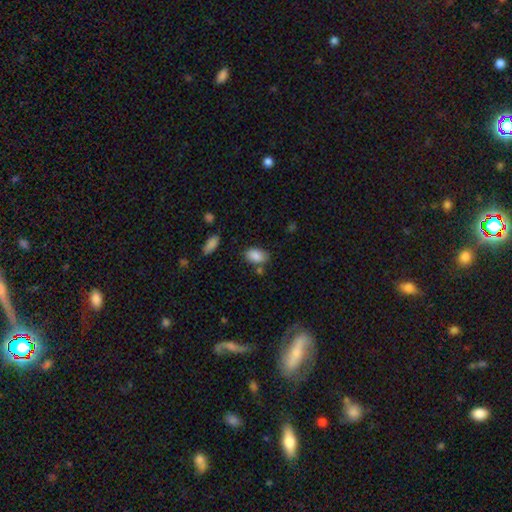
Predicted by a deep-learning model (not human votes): Q: Smooth or featured?
A: smooth (87%); runner-up: star or artifact (8%)
Q: How rounded?
A: in between (90%); runner-up: round (9%)
Q: Merging?
A: none (70%); runner-up: minor disturbance (18%)